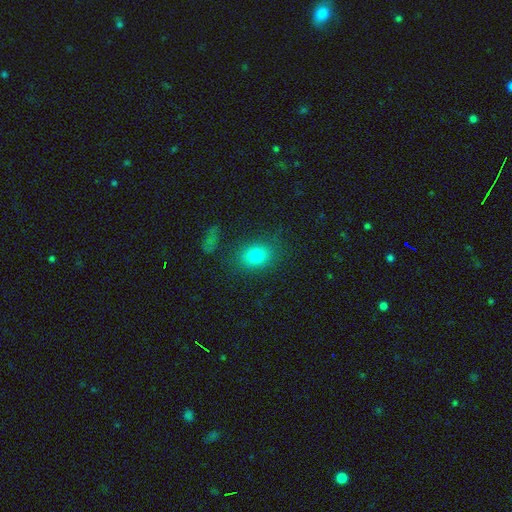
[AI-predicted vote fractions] A smooth galaxy with no disk features (79%) that is in between round and cigar-shaped (58%). Merging: none (80%).